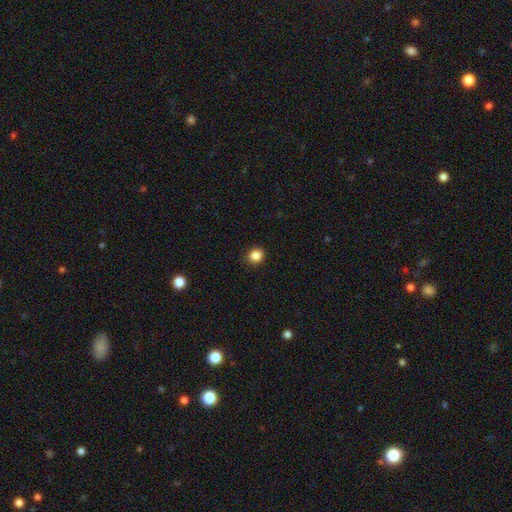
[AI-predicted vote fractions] Smooth or featured? smooth (86%)
How rounded? round (80%)
Merging? none (91%)